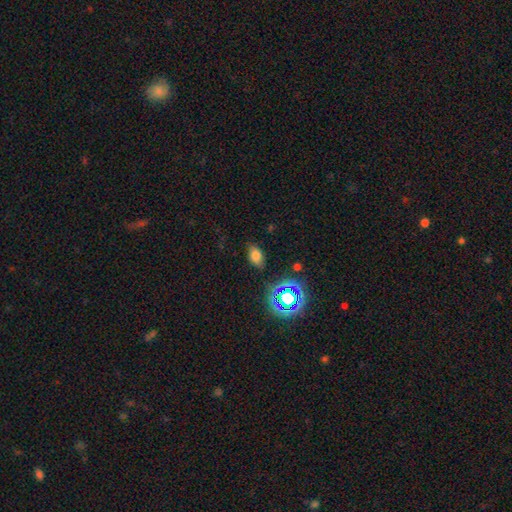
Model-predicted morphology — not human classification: Smooth or featured: smooth — 71% (star or artifact — 20%)
How rounded: in between — 87% (round — 11%)
Merging: none — 79% (minor disturbance — 15%)